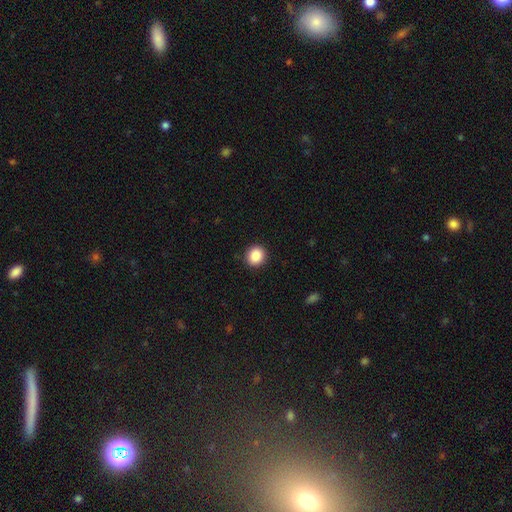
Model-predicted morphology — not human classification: A smooth galaxy with no disk features (88%) that is round (86%). Merging: none (91%).